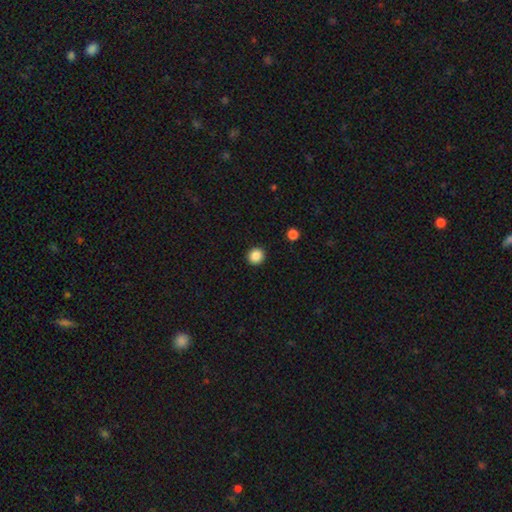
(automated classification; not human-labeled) This is clearly a smooth galaxy (87%). How rounded: clearly round (91%). Merging: clearly none (92%).